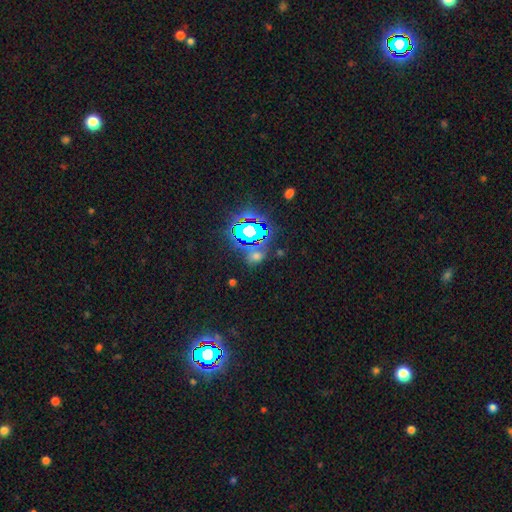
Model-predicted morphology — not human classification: Smooth or featured? star or artifact (50%)